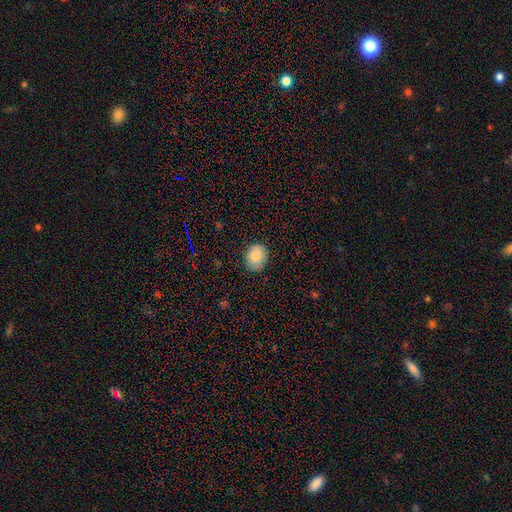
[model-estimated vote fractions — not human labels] This is clearly a smooth galaxy (84%). How rounded: possibly round (54%). Merging: clearly none (83%).